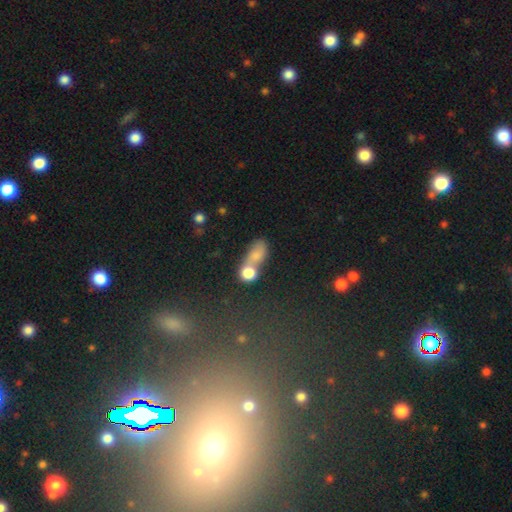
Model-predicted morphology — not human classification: A smooth galaxy with no disk features (70%) that is in between round and cigar-shaped (61%).

Vote fractions:
- Smooth or featured? smooth: 70% / featured or disk: 17% / star or artifact: 13%
- How rounded? in between: 61% / round: 32% / cigar-shaped: 6%
- Merging? merger: 64% / none: 20% / major disturbance: 9% / minor disturbance: 8%